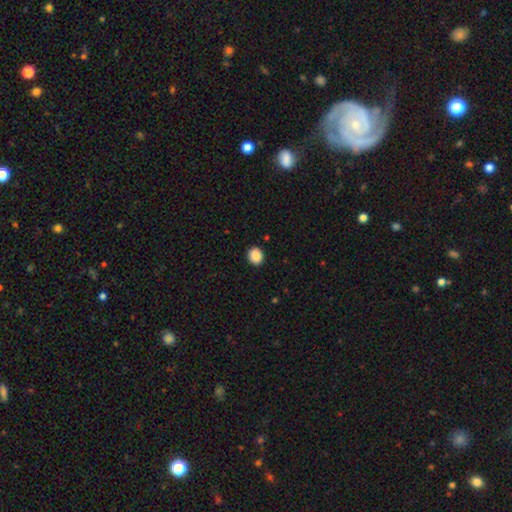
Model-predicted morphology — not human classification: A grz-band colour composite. It shows a smooth galaxy with no disk features (89%) that is round (77%). Merging: none (92%).